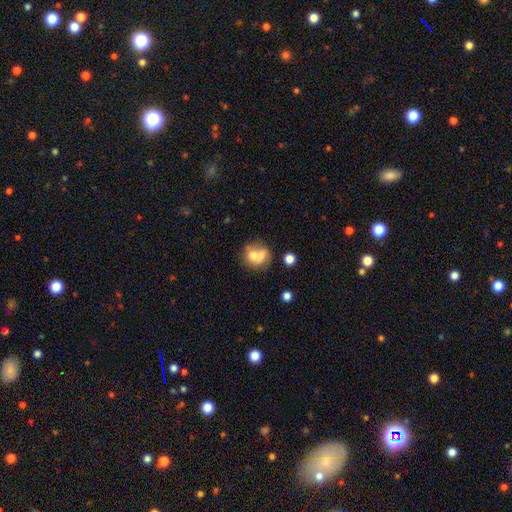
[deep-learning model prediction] This appears to be a smooth galaxy with no disk features (65%) that is round (73%). Merging: merger (41%).